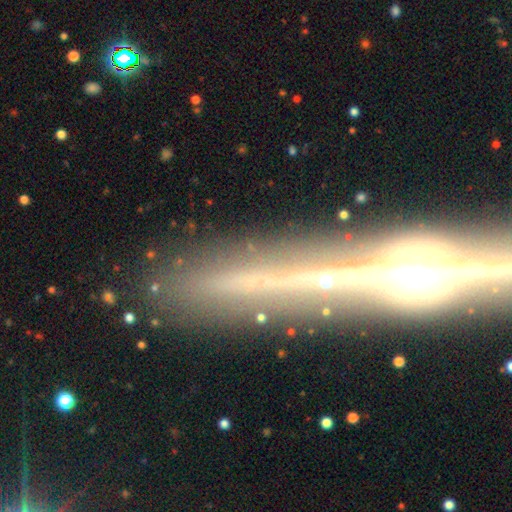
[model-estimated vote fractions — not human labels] Morphology: type=featured or disk (72%); edge-on=yes (93%); edge-on bulge=rounded (58%); merging=none (81%).